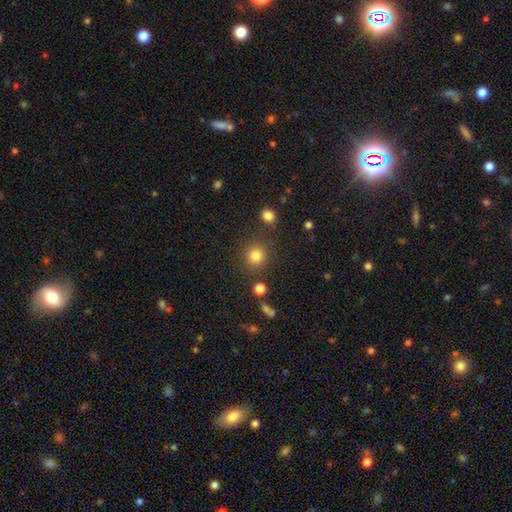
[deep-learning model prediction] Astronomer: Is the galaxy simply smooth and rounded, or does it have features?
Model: smooth — 82%.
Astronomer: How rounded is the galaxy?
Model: round — 89%.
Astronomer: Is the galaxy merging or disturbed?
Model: none — 82%.